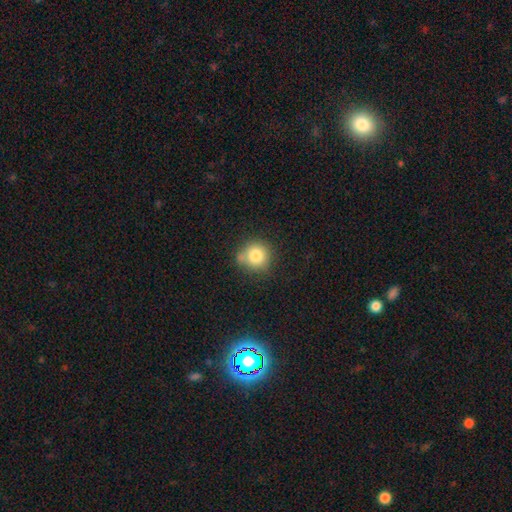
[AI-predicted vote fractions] Q: Smooth or featured?
A: smooth (80%); runner-up: star or artifact (11%)
Q: How rounded?
A: round (91%); runner-up: in between (8%)
Q: Merging?
A: none (67%); runner-up: minor disturbance (18%)